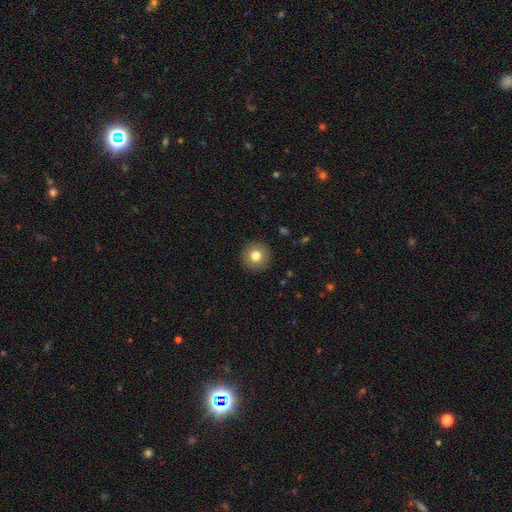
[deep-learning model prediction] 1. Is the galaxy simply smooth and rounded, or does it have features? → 80% smooth, 11% featured or disk, 10% star or artifact.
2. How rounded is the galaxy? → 95% round, 4% in between, 1% cigar-shaped.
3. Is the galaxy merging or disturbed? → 92% none, 5% minor disturbance, 2% major disturbance, 1% merger.